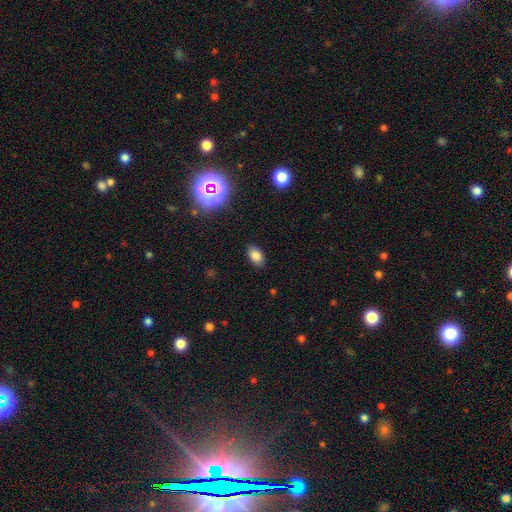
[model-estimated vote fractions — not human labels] Smooth or featured? Predicted: smooth (p=0.81). How rounded? Predicted: in between (p=0.90). Merging? Predicted: none (p=0.86).